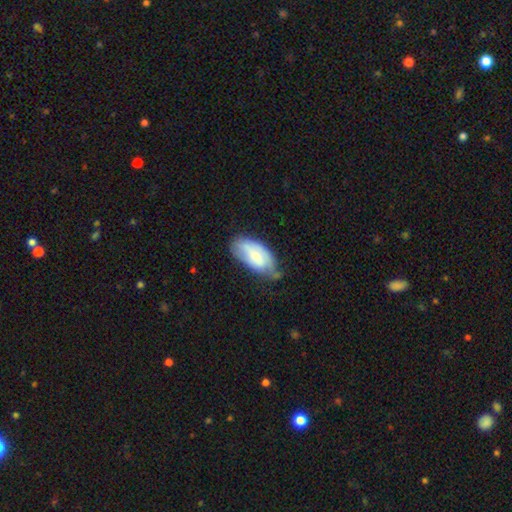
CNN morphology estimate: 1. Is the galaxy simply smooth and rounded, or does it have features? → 57% smooth, 36% featured or disk, 6% star or artifact.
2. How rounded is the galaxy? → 92% in between, 5% cigar-shaped, 3% round.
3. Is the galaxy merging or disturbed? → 44% none, 40% minor disturbance, 13% major disturbance, 3% merger.